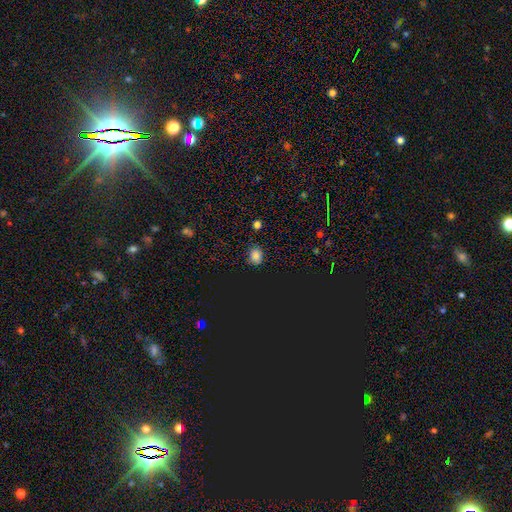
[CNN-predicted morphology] smooth_or_featured: smooth (p=0.70) [alt: star or artifact p=0.25]
how_rounded: round (p=0.68) [alt: in between p=0.30]
merging: none (p=0.83) [alt: minor disturbance p=0.12]